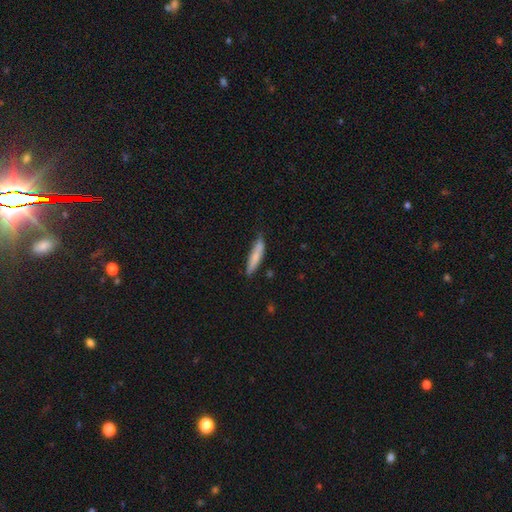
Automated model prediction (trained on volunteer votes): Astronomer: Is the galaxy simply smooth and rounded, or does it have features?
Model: smooth — 78%.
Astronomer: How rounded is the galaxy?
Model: cigar-shaped — 84%.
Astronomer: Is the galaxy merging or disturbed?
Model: none — 75%.